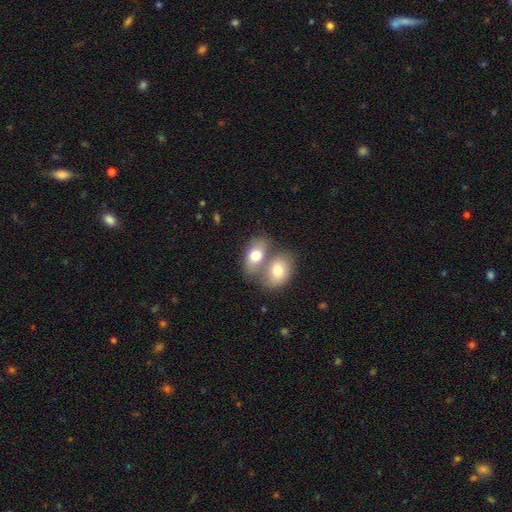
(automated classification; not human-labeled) Smooth or featured?
  - smooth: 73% *
  - featured or disk: 20%
  - star or artifact: 7%
How rounded?
  - in between: 82% *
  - round: 16%
  - cigar-shaped: 2%
Merging?
  - merger: 62% *
  - none: 26%
  - minor disturbance: 8%
  - major disturbance: 4%